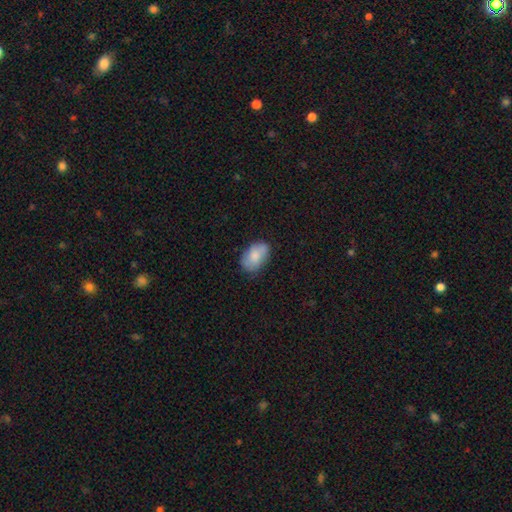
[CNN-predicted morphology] The model was most divided on "merging": none: 71%, minor disturbance: 22%, major disturbance: 5%, merger: 2%. More confident: how rounded — in between (89%); smooth or featured — smooth (80%).